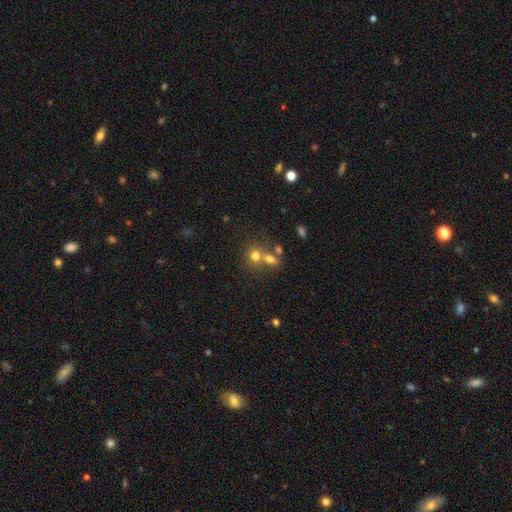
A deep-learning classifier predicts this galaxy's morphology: Smooth or featured? smooth (72%)
How rounded? round (70%)
Merging? merger (48%)